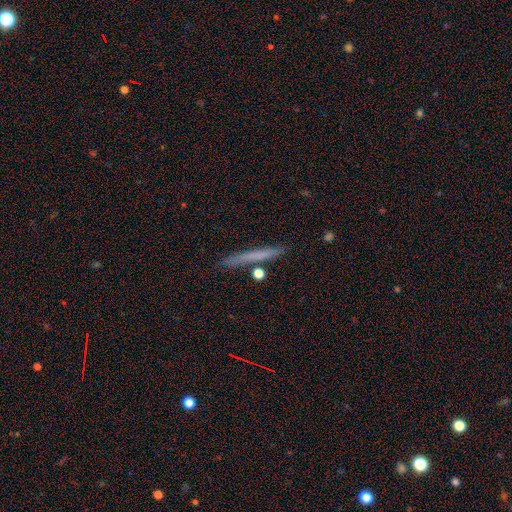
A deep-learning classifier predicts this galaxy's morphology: A smooth galaxy with no disk features (61%) that is cigar-shaped (96%). Merging: none (87%).